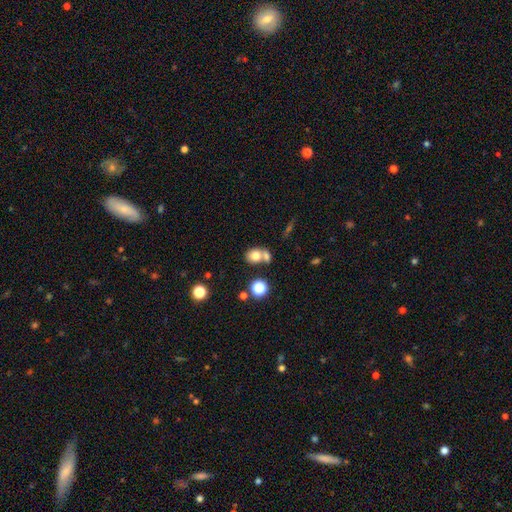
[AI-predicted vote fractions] Morphology: type=smooth (75%); roundness=round (59%); merging=merger (45%).